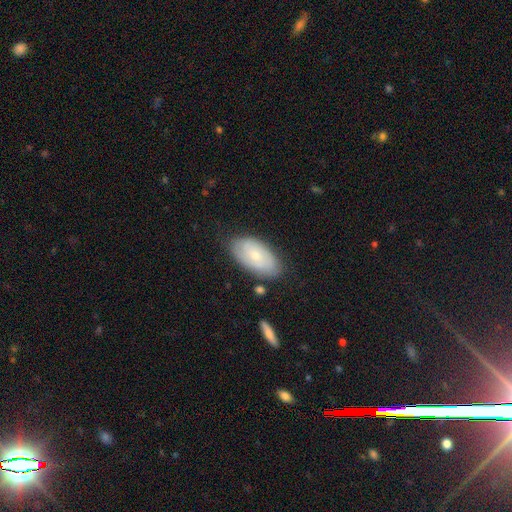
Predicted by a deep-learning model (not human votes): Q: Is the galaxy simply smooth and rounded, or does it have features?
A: smooth — 55%.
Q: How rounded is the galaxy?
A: in between — 94%.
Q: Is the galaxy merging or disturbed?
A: none — 74%.